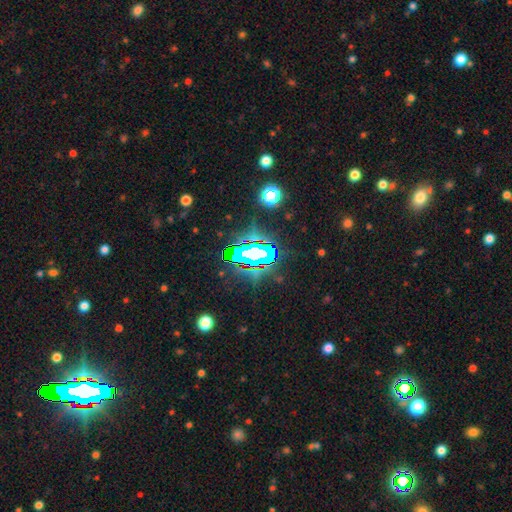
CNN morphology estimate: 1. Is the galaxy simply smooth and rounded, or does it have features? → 70% star or artifact, 16% smooth, 13% featured or disk.